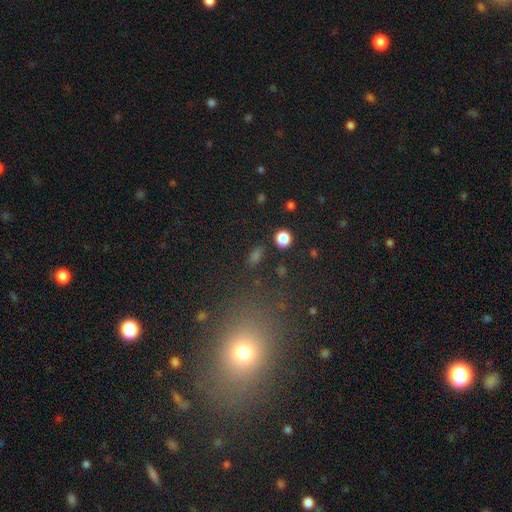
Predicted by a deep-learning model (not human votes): Smooth or featured? smooth (65%)
How rounded? in between (68%)
Merging? none (81%)